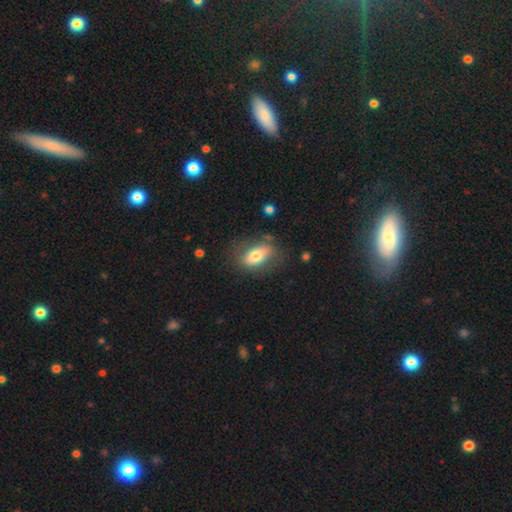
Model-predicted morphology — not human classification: Smooth or featured? Predicted: smooth (p=0.65). How rounded? Predicted: in between (p=0.85). Merging? Predicted: none (p=0.70).